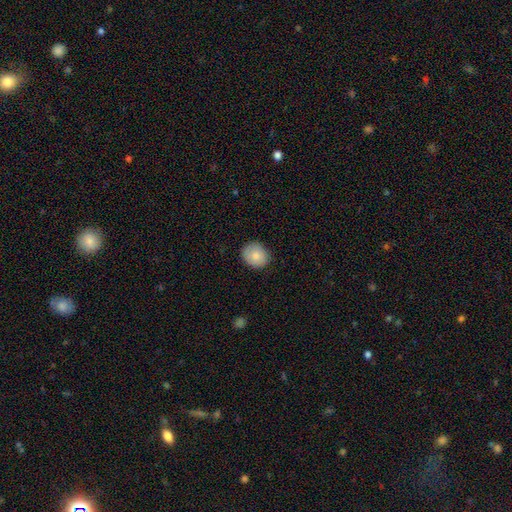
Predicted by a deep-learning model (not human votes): smooth-or-featured: smooth: 82% | featured or disk: 10% | star or artifact: 7%
  how-rounded: round: 68% | in between: 31% | cigar-shaped: 1%
  merging: none: 84% | minor disturbance: 13% | major disturbance: 2% | merger: 1%